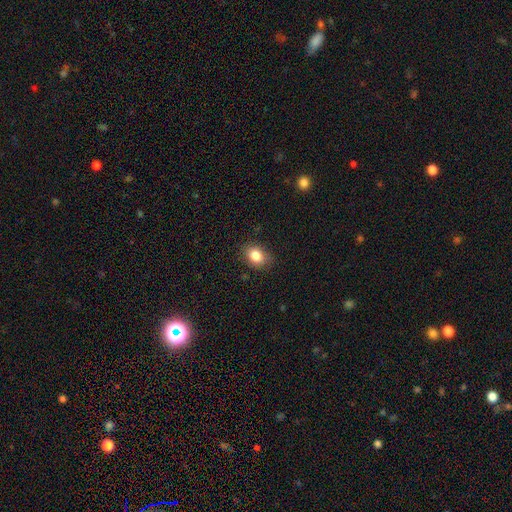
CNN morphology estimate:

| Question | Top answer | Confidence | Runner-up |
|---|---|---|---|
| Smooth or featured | smooth | 84% | star or artifact (9%) |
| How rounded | in between | 68% | round (31%) |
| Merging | none | 83% | minor disturbance (13%) |